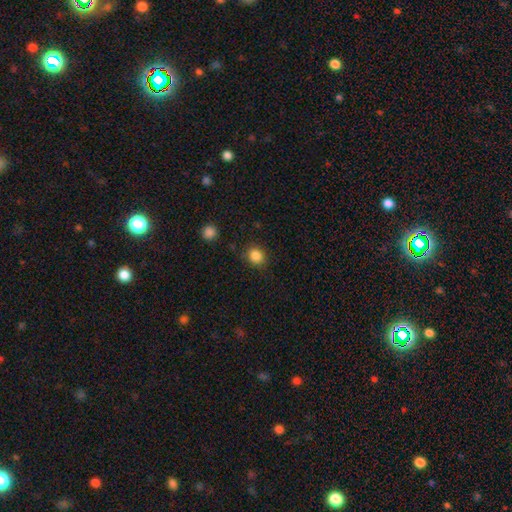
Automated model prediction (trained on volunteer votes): A smooth galaxy with no disk features (85%) that is round (77%).

Vote fractions:
- Smooth or featured? smooth: 85% / star or artifact: 11% / featured or disk: 4%
- How rounded? round: 77% / in between: 22% / cigar-shaped: 1%
- Merging? none: 85% / minor disturbance: 10% / major disturbance: 3% / merger: 2%